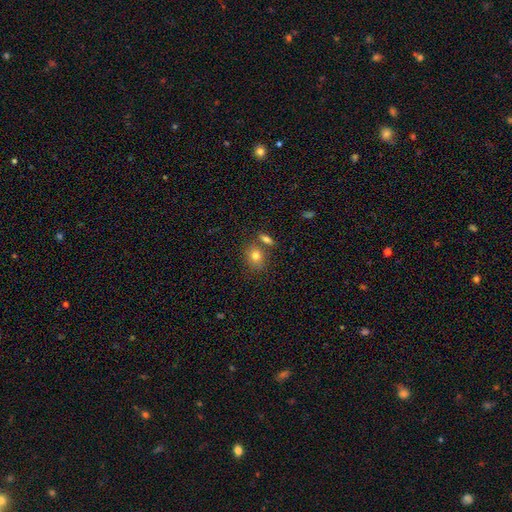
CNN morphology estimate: smooth 79%, featured or disk 10%, star or artifact 10%. Down the decision tree: how rounded — round (55%); merging — none (65%).